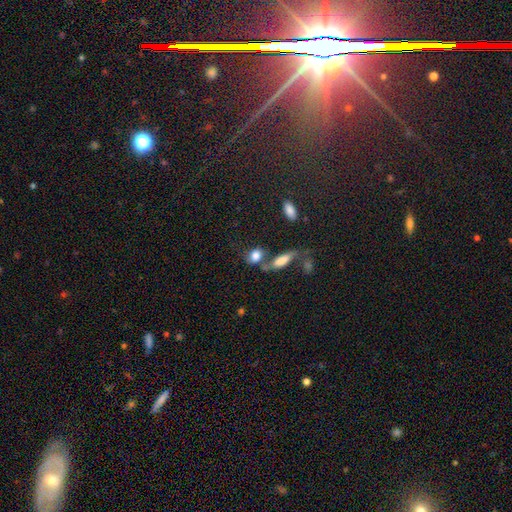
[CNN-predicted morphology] A smooth galaxy with no disk features (79%) that is in between round and cigar-shaped (62%).

Vote fractions:
- Smooth or featured? smooth: 79% / featured or disk: 13% / star or artifact: 9%
- How rounded? in between: 62% / round: 32% / cigar-shaped: 6%
- Merging? none: 41% / merger: 35% / minor disturbance: 15% / major disturbance: 9%